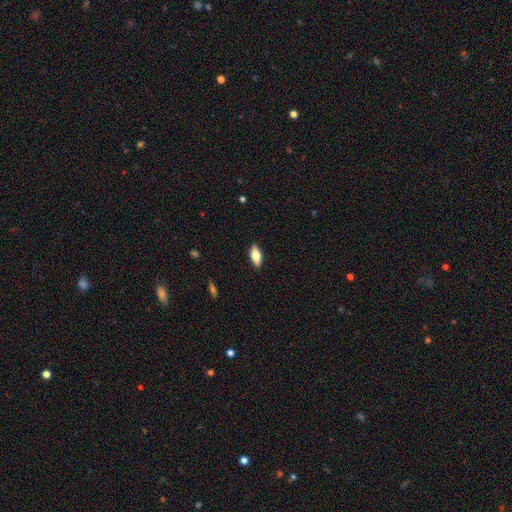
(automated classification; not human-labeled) smooth 63%, featured or disk 30%, star or artifact 7%. Down the decision tree: how rounded — in between (79%); merging — none (88%).